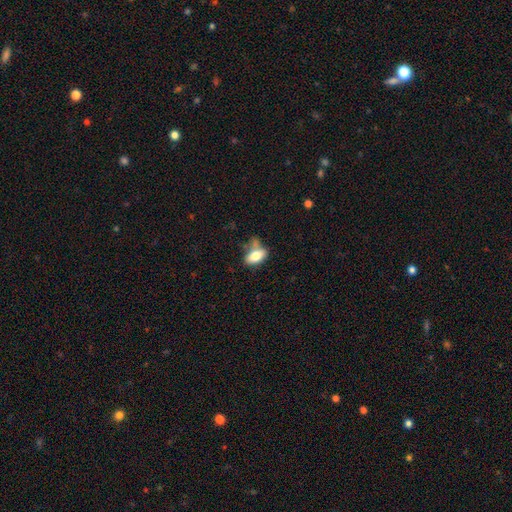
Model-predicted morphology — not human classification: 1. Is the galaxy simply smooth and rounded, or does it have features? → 76% smooth, 16% featured or disk, 8% star or artifact.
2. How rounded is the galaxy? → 89% in between, 7% round, 5% cigar-shaped.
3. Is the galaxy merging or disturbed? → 44% none, 26% minor disturbance, 18% merger, 12% major disturbance.